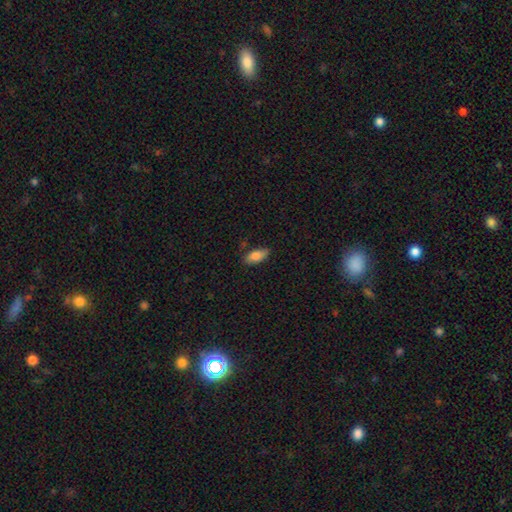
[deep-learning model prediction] This appears to be a smooth galaxy with no disk features (85%) that is in between round and cigar-shaped (88%). Merging: none (74%).